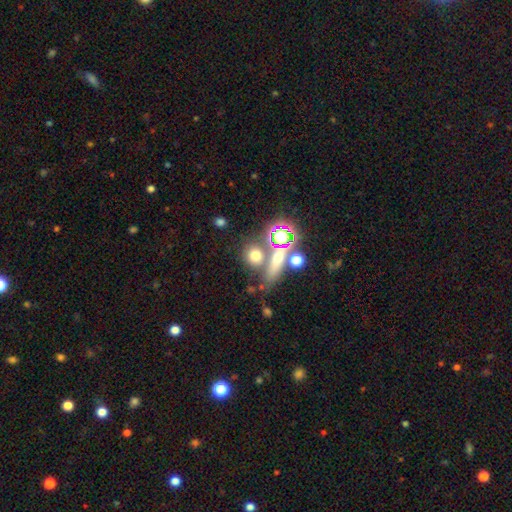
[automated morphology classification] smooth-or-featured: smooth: 61% | star or artifact: 25% | featured or disk: 14%
  how-rounded: round: 68% | in between: 25% | cigar-shaped: 7%
  merging: none: 59% | merger: 26% | minor disturbance: 10% | major disturbance: 6%